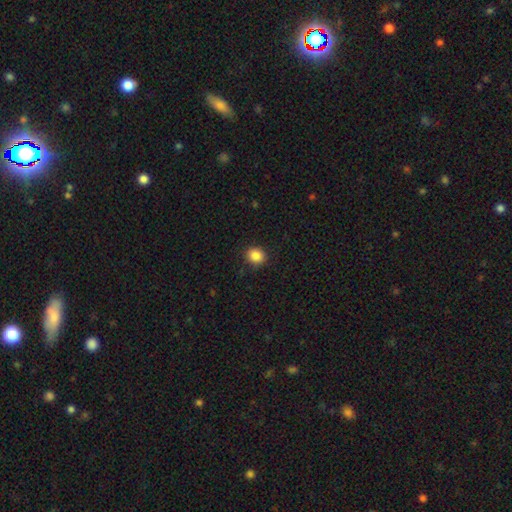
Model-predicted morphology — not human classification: smooth_or_featured: smooth (p=0.86) [alt: star or artifact p=0.10]
how_rounded: round (p=0.77) [alt: in between p=0.22]
merging: none (p=0.90) [alt: minor disturbance p=0.07]